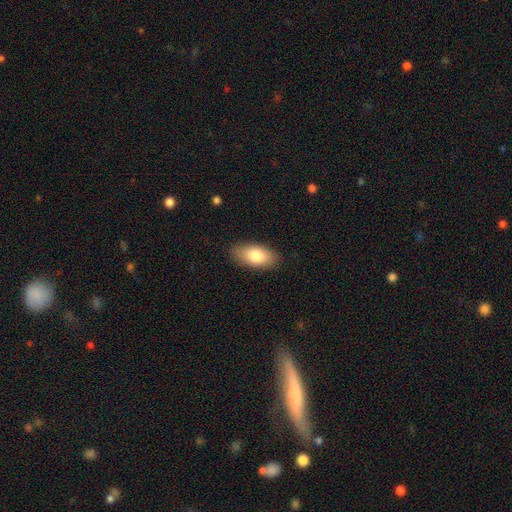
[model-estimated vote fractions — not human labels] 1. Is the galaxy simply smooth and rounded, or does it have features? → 80% smooth, 13% featured or disk, 6% star or artifact.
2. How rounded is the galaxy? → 92% in between, 5% cigar-shaped, 3% round.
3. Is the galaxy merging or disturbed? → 86% none, 10% minor disturbance, 2% major disturbance, 1% merger.